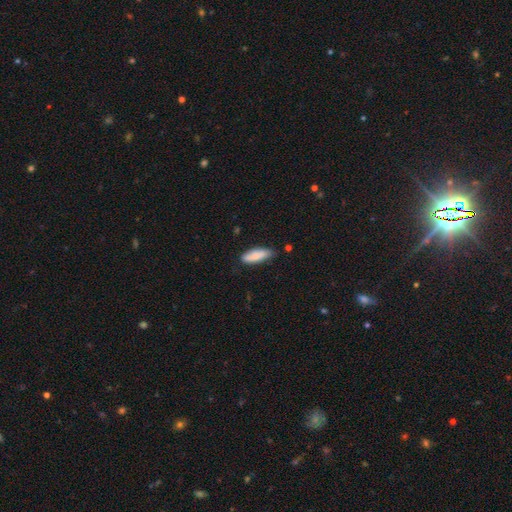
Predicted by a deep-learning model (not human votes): This appears to be a smooth galaxy with no disk features (83%) that is in between round and cigar-shaped (63%). Merging: none (69%).